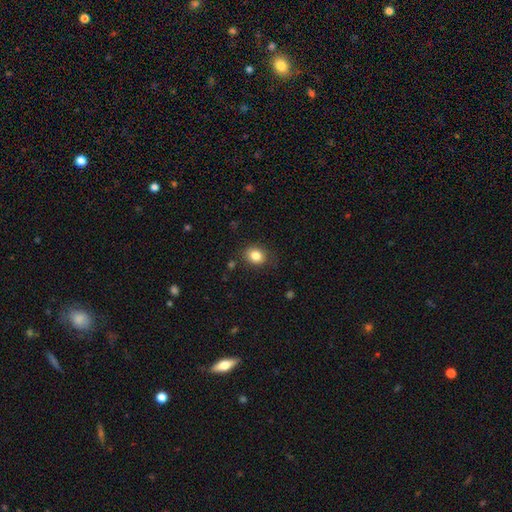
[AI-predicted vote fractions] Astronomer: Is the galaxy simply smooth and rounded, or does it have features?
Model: smooth — 84%.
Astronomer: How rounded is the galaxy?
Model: round — 56% (runner-up: in between, 43%).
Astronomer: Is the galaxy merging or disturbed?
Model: none — 82%.